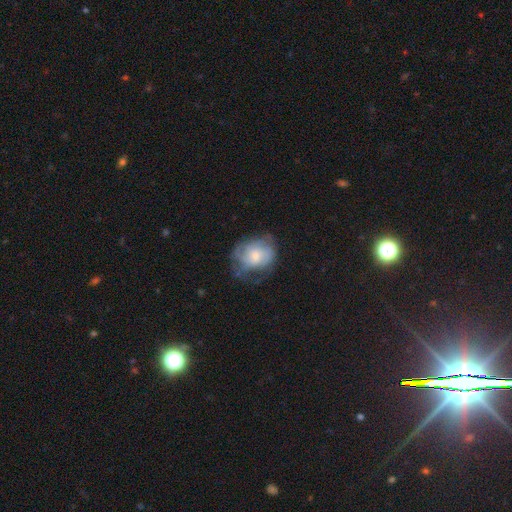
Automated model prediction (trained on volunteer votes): A featured or disk galaxy (47%).

Vote fractions:
- Smooth or featured? featured or disk: 47% / smooth: 46% / star or artifact: 7%
- Merging? none: 48% / minor disturbance: 30% / major disturbance: 20% / merger: 2%